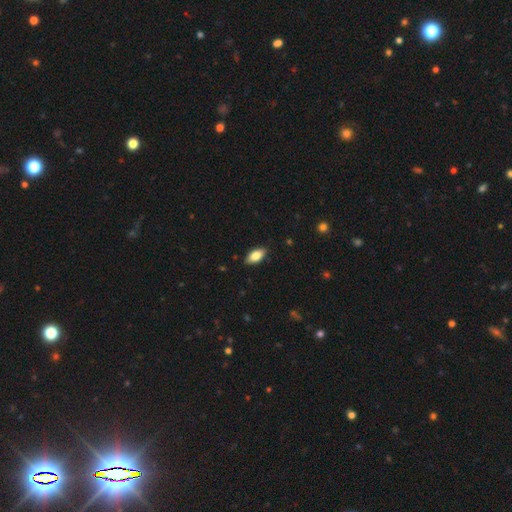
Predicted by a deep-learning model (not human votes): Smooth or featured? smooth (81%)
How rounded? in between (91%)
Merging? none (86%)